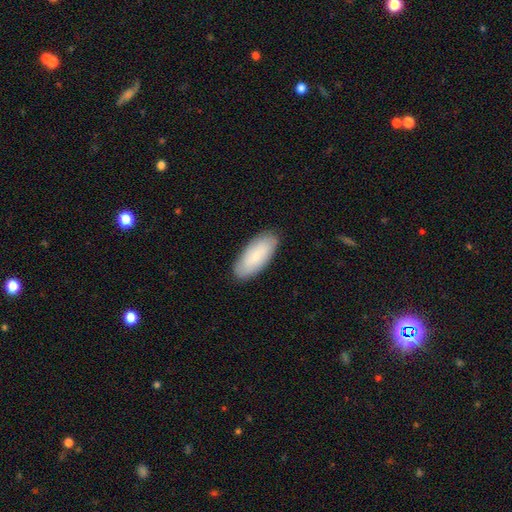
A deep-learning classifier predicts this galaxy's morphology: A smooth galaxy with no disk features (71%) that is in between round and cigar-shaped (85%).

Vote fractions:
- Smooth or featured? smooth: 71% / featured or disk: 22% / star or artifact: 7%
- How rounded? in between: 85% / cigar-shaped: 13% / round: 2%
- Merging? none: 87% / minor disturbance: 10% / major disturbance: 2% / merger: 1%